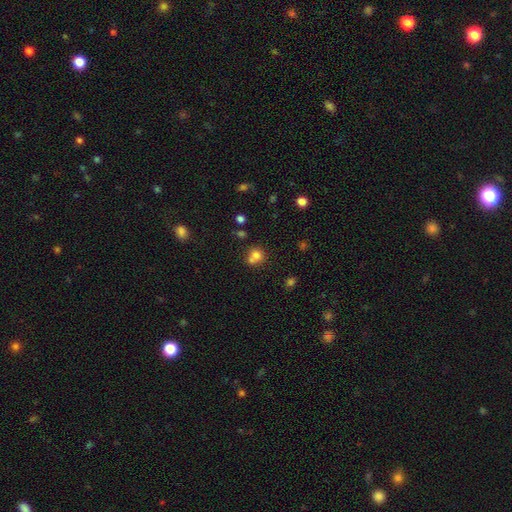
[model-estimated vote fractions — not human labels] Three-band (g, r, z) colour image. It shows a smooth galaxy with no disk features (74%) that is round (80%). Merging: merger (48%).